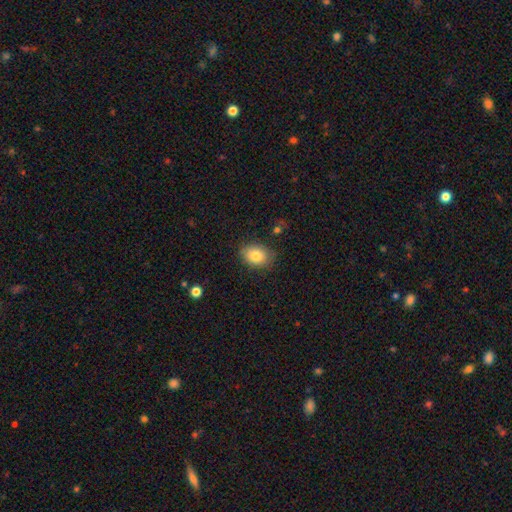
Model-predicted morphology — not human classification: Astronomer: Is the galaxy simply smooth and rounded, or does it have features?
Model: smooth — 83%.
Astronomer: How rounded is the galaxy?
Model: in between — 76%.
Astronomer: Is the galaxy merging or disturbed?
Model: none — 84%.